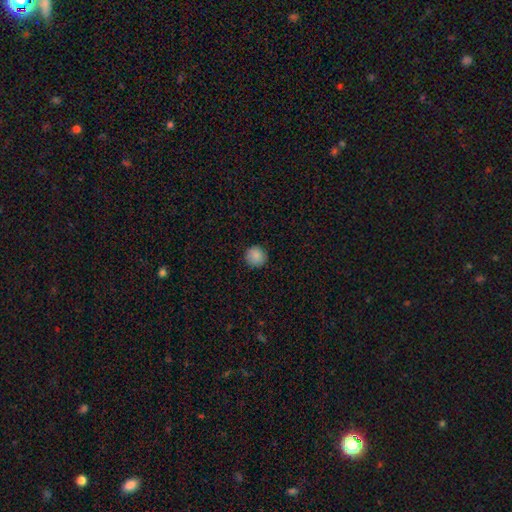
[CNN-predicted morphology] Smooth or featured: smooth — 88% (star or artifact — 9%)
How rounded: round — 94% (in between — 5%)
Merging: none — 90% (minor disturbance — 7%)